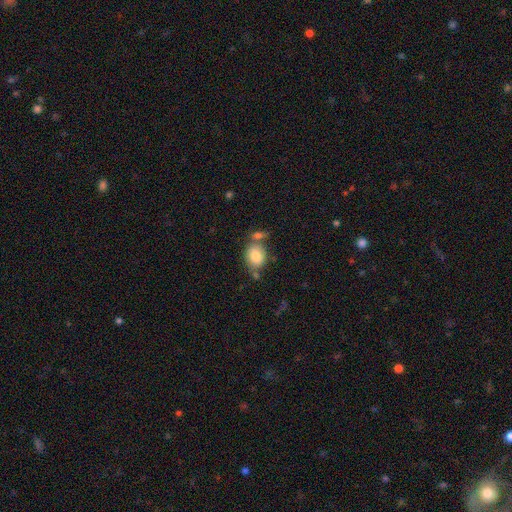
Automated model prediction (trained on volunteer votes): smooth 83%, featured or disk 9%, star or artifact 8%. Down the decision tree: how rounded — in between (59%); merging — none (54%).